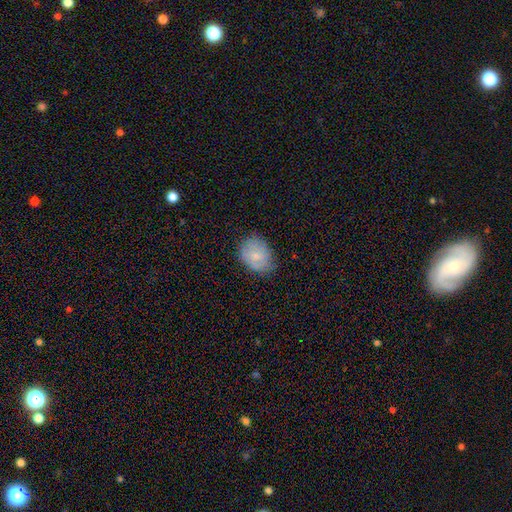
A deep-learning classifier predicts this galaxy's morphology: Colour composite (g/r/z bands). It shows a smooth galaxy with no disk features (69%) that is in between round and cigar-shaped (59%). Merging: none (71%).